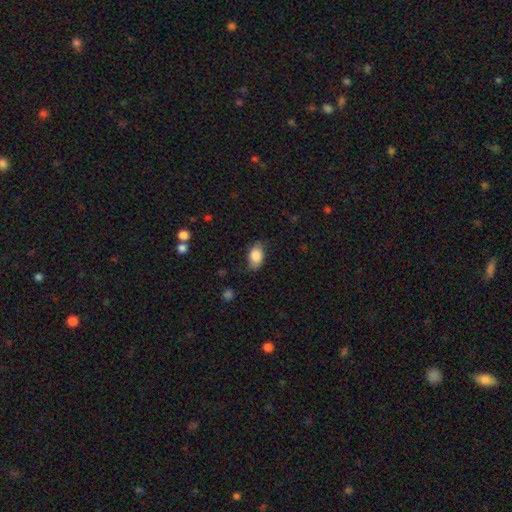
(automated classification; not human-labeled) smooth-or-featured: smooth: 83% | featured or disk: 10% | star or artifact: 7%
  how-rounded: in between: 89% | round: 9% | cigar-shaped: 2%
  merging: none: 69% | minor disturbance: 23% | major disturbance: 6% | merger: 1%